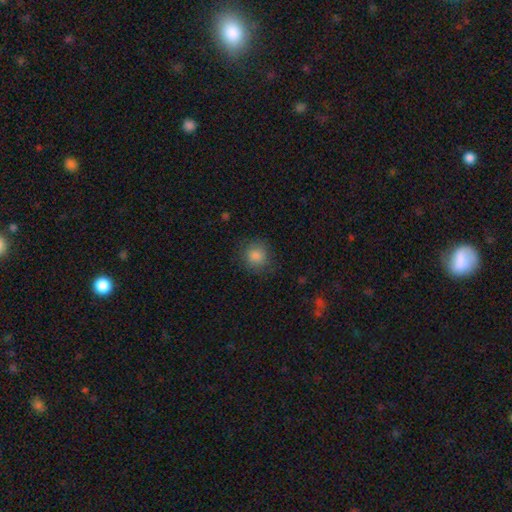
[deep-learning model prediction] This appears to be a smooth galaxy with no disk features (84%) that is round (86%). Merging: none (82%).